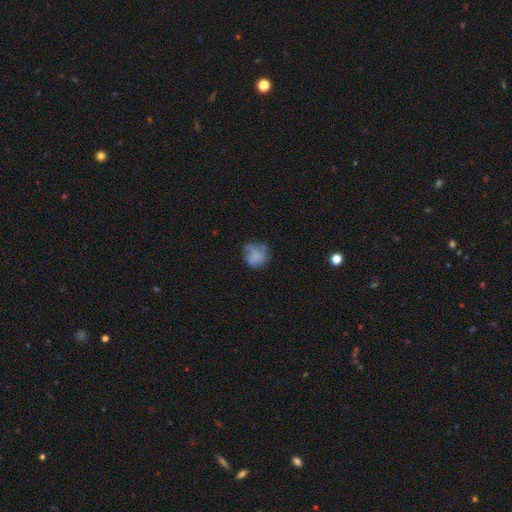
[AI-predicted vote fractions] A smooth galaxy with no disk features (64%) that is round (71%). Merging: none (46%).